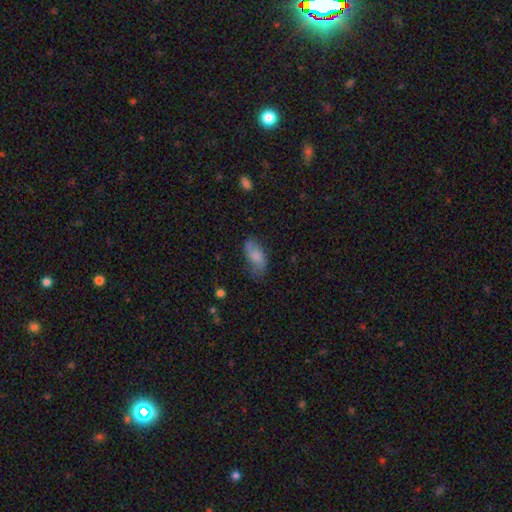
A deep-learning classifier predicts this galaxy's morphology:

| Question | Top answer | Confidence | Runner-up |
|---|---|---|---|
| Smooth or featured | smooth | 75% | featured or disk (18%) |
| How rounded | in between | 89% | cigar-shaped (8%) |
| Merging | none | 63% | minor disturbance (27%) |